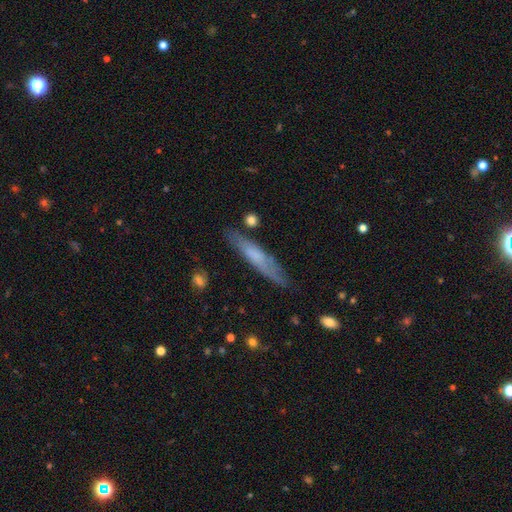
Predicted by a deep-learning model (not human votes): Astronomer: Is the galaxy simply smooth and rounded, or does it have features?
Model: smooth — 54% (runner-up: featured or disk, 39%).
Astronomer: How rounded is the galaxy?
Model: cigar-shaped — 87%.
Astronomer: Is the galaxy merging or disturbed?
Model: none — 78%.